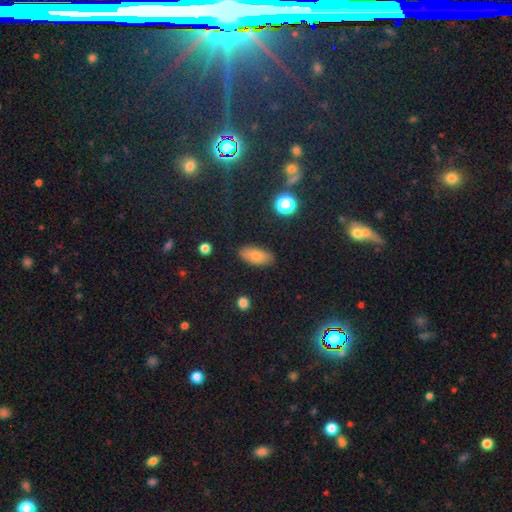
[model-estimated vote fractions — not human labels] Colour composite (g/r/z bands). It shows a smooth galaxy with no disk features (76%) that is in between round and cigar-shaped (90%). Merging: none (83%).